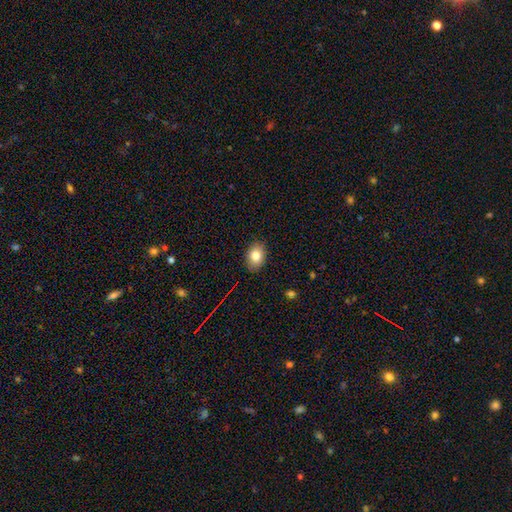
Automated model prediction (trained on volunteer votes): This appears to be a smooth galaxy with no disk features (82%) that is in between round and cigar-shaped (77%). Merging: none (87%).